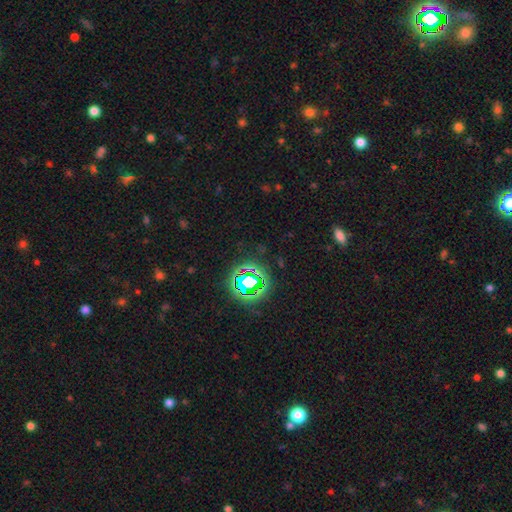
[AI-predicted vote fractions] A star or artifact, not a galaxy (79%).